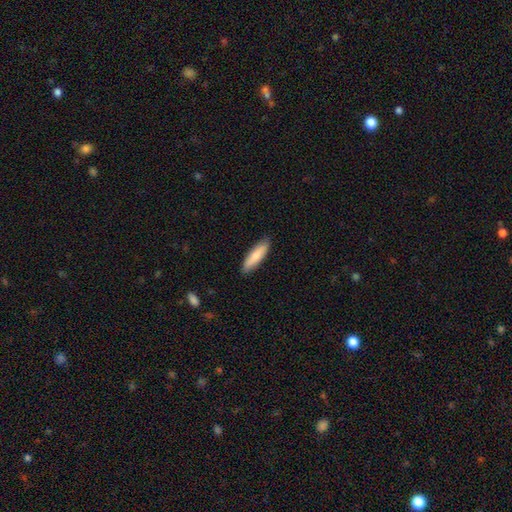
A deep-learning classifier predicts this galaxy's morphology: smooth_or_featured: smooth (p=0.81) [alt: featured or disk p=0.14]
how_rounded: cigar-shaped (p=0.65) [alt: in between p=0.34]
merging: none (p=0.88) [alt: minor disturbance p=0.09]